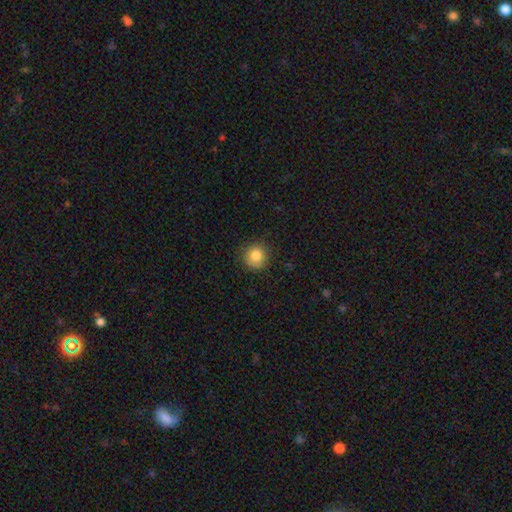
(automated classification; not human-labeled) This appears to be a smooth galaxy with no disk features (84%) that is round (92%). Merging: none (88%).